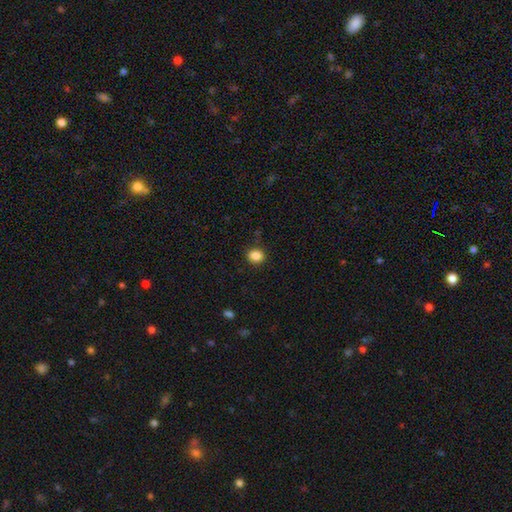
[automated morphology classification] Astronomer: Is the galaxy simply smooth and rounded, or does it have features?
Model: smooth — 86%.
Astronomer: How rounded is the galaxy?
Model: round — 66%.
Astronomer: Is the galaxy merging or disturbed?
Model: none — 89%.